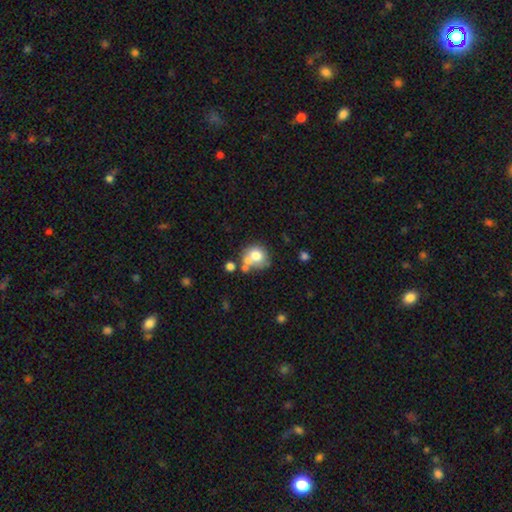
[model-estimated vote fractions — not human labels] This appears to be a smooth galaxy with no disk features (70%) that is round (80%). Merging: none (46%).